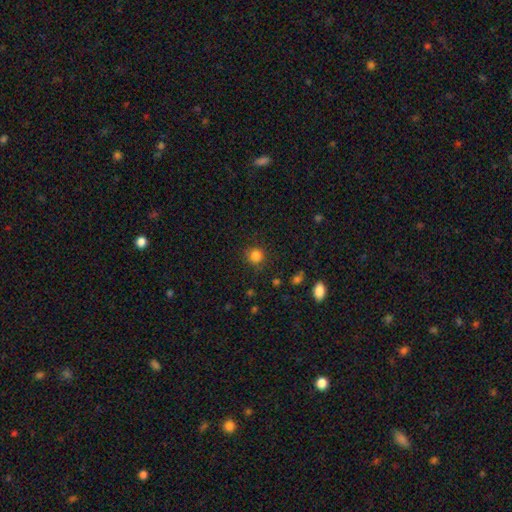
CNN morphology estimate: This is clearly a smooth galaxy (83%). How rounded: clearly round (92%). Merging: clearly none (86%).